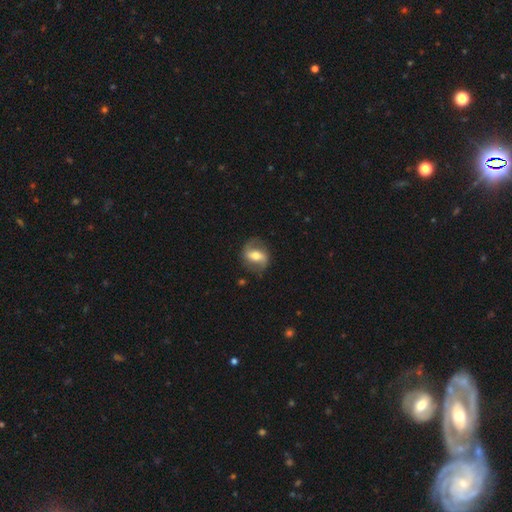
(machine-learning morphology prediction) Smooth or featured? Predicted: featured or disk (p=0.65). Edge-on disk? Predicted: no (p=0.93). Bar? Predicted: strong (p=0.45). Spiral arms? Predicted: yes (p=0.79). Bulge size? Predicted: moderate (p=0.65). Merging? Predicted: none (p=0.76).